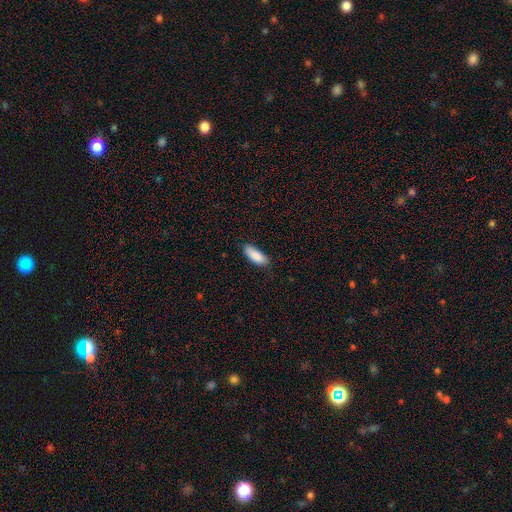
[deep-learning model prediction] Morphology: type=smooth (88%); roundness=in between (74%); merging=none (78%).